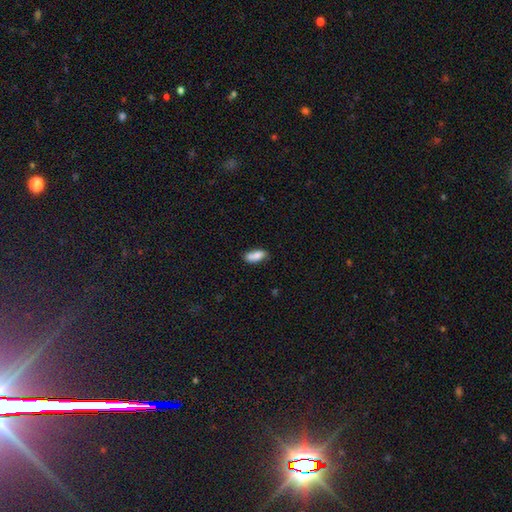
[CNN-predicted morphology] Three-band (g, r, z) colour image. It shows a smooth galaxy with no disk features (79%) that is in between round and cigar-shaped (83%). Merging: none (57%).